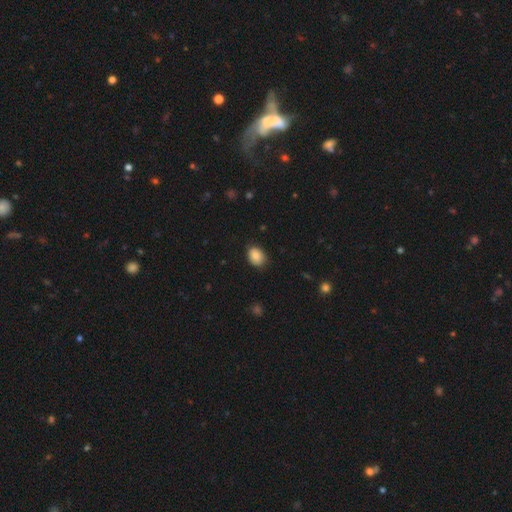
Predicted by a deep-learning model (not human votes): Smooth or featured: smooth — 84% (star or artifact — 8%)
How rounded: in between — 65% (round — 34%)
Merging: none — 79% (minor disturbance — 17%)